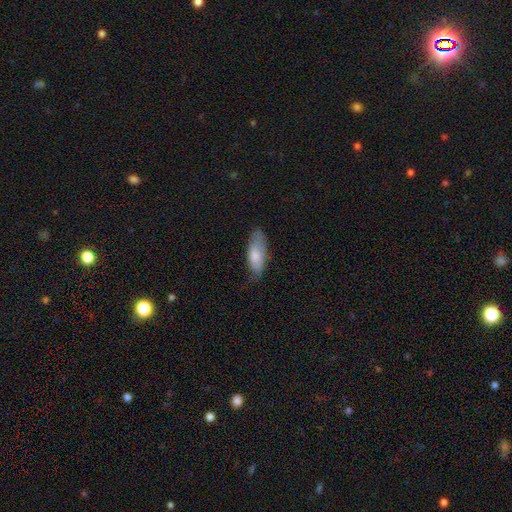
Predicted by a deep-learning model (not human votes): Smooth or featured? smooth (78%)
How rounded? in between (76%)
Merging? none (60%)